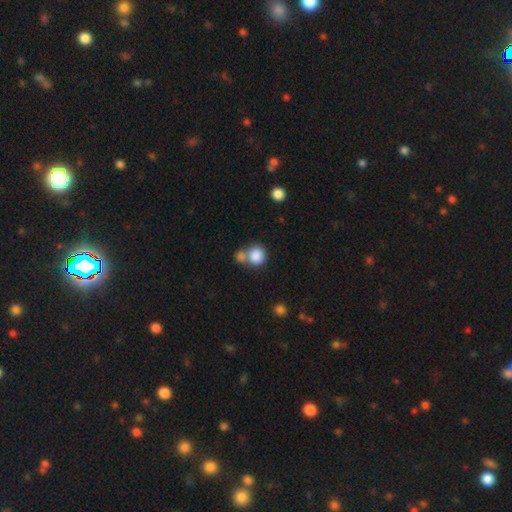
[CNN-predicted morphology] Q: Smooth or featured?
A: smooth (85%); runner-up: star or artifact (9%)
Q: How rounded?
A: round (85%); runner-up: in between (14%)
Q: Merging?
A: none (48%); runner-up: merger (40%)